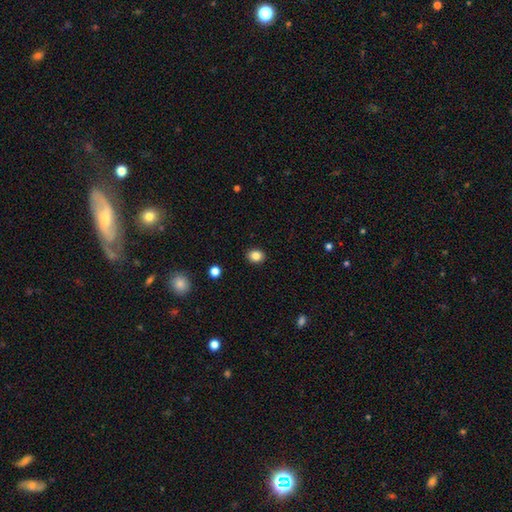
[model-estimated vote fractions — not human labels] The model was most divided on "how rounded": round: 52%, in between: 47%, cigar-shaped: 1%. More confident: merging — none (90%); smooth or featured — smooth (85%).